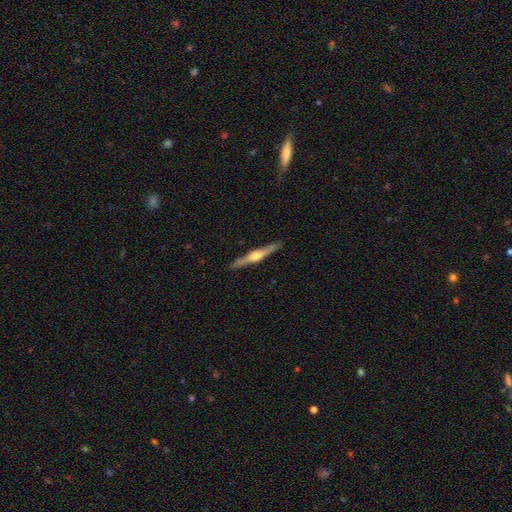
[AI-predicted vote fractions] smooth-or-featured: featured or disk: 74% | smooth: 21% | star or artifact: 5%
  disk-edge-on: yes: 98% | no: 2%
    edge-on-bulge: rounded: 92% | boxy: 4% | none: 3%
  merging: none: 91% | minor disturbance: 6% | major disturbance: 1% | merger: 1%